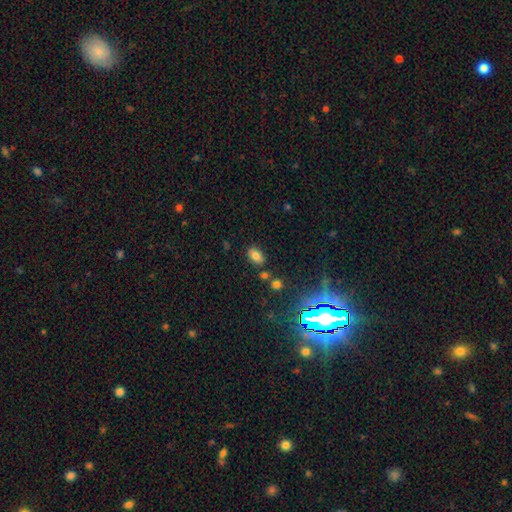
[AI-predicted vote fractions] A smooth galaxy with no disk features (74%) that is in between round and cigar-shaped (87%).

Vote fractions:
- Smooth or featured? smooth: 74% / star or artifact: 17% / featured or disk: 9%
- How rounded? in between: 87% / round: 12% / cigar-shaped: 2%
- Merging? none: 78% / minor disturbance: 11% / merger: 7% / major disturbance: 3%